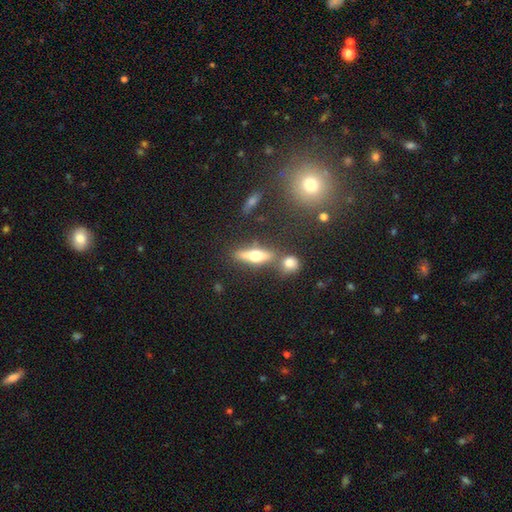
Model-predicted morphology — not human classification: A featured or disk galaxy (49%).

Vote fractions:
- Smooth or featured? featured or disk: 49% / smooth: 42% / star or artifact: 9%
- Merging? none: 67% / merger: 18% / minor disturbance: 11% / major disturbance: 4%